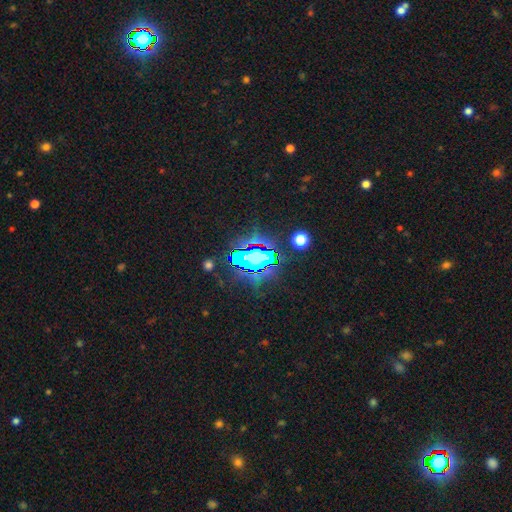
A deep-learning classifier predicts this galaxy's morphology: star or artifact 71%, smooth 16%, featured or disk 13%.